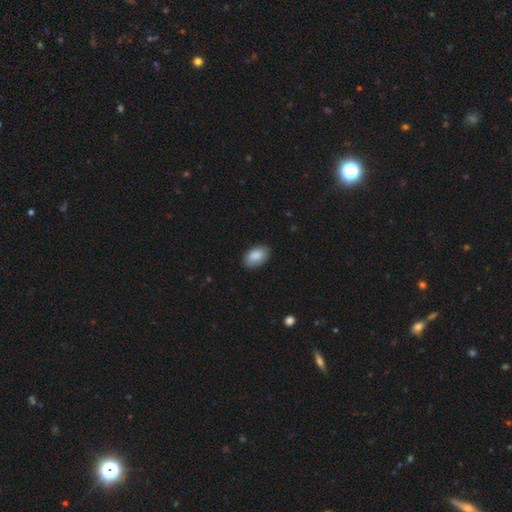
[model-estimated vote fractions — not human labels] Smooth or featured? smooth (89%)
How rounded? in between (93%)
Merging? none (86%)